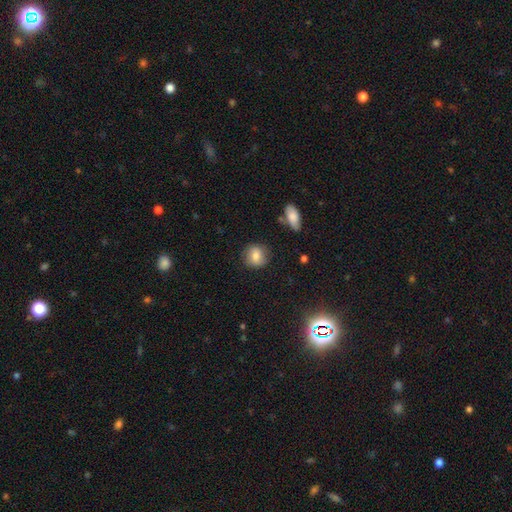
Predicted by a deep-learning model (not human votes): A smooth galaxy with no disk features (80%) that is round (77%). Merging: none (82%).